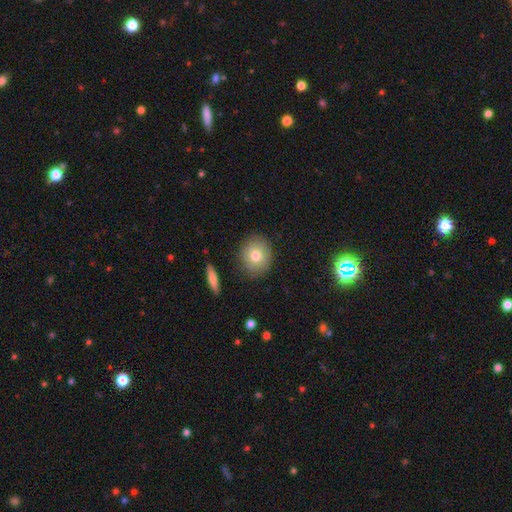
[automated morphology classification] Q: Smooth or featured?
A: smooth (76%); runner-up: featured or disk (15%)
Q: How rounded?
A: round (74%); runner-up: in between (25%)
Q: Merging?
A: none (85%); runner-up: minor disturbance (10%)